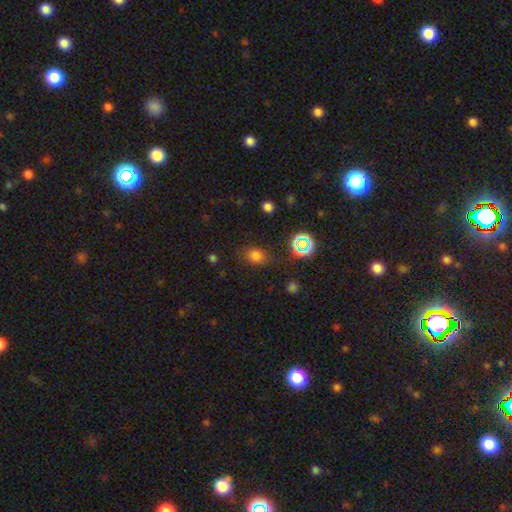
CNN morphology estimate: smooth 71%, star or artifact 22%, featured or disk 7%. Down the decision tree: how rounded — in between (59%); merging — none (75%).